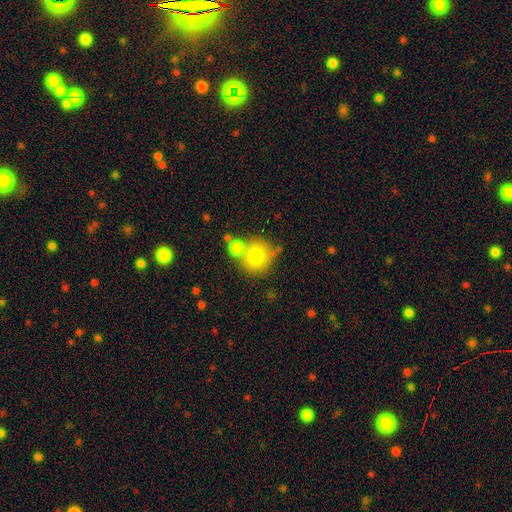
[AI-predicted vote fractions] Overall: smooth (76%). How rounded: round (86%). Merging: none (53%; merger 32%).